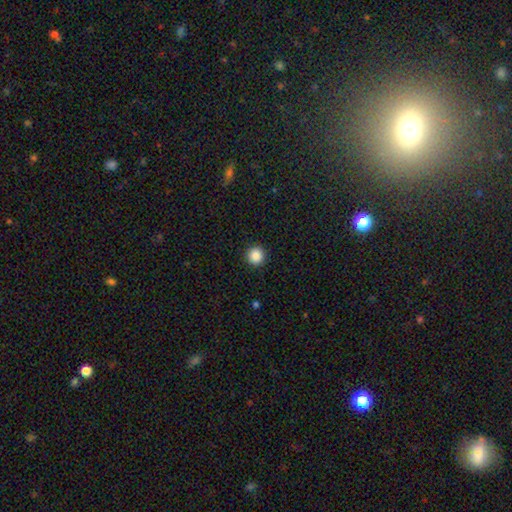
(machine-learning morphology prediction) Smooth or featured?
  - smooth: 88% *
  - star or artifact: 10%
  - featured or disk: 3%
How rounded?
  - round: 95% *
  - in between: 4%
  - cigar-shaped: 1%
Merging?
  - none: 93% *
  - minor disturbance: 5%
  - major disturbance: 2%
  - merger: 1%